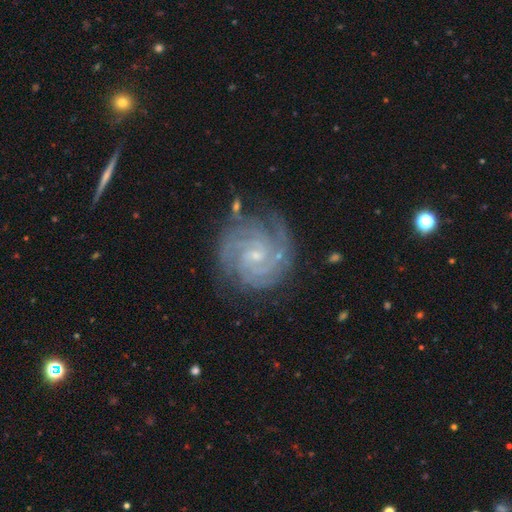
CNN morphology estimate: The model was most divided on "spiral arm count": 3: 27%, 4: 25%, 2: 18%, can't tell: 15%, more than 4: 9%, 1: 6%. More confident: spiral arms — yes (99%); edge-on disk — no (98%); smooth or featured — featured or disk (90%); spiral winding — tight (80%); bulge size — small (78%); merging — none (77%); bar — no (54%).